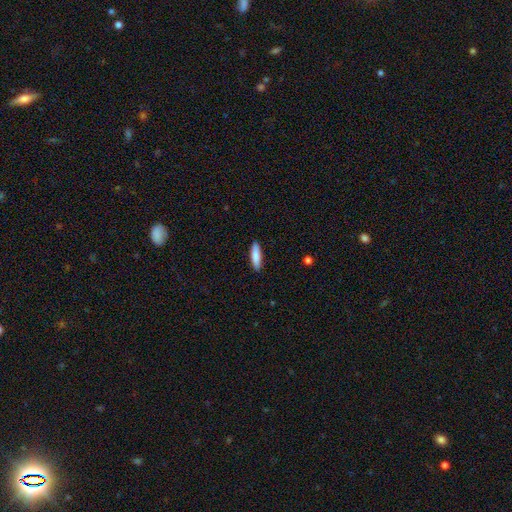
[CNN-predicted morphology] Smooth or featured?
  - smooth: 86% *
  - featured or disk: 8%
  - star or artifact: 5%
How rounded?
  - cigar-shaped: 69% *
  - in between: 29%
  - round: 1%
Merging?
  - none: 90% *
  - minor disturbance: 7%
  - major disturbance: 2%
  - merger: 1%